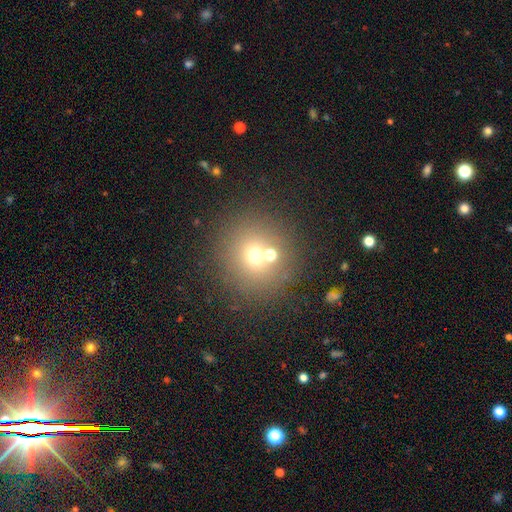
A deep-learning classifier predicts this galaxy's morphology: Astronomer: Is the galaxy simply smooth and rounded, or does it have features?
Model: smooth — 64%.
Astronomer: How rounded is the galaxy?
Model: round — 89%.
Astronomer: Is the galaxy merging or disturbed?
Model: none — 65%.